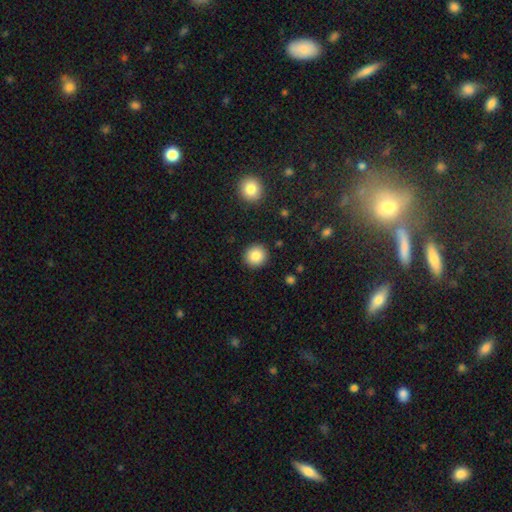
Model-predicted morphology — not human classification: This is clearly a smooth galaxy (86%). How rounded: clearly round (92%). Merging: clearly none (91%).